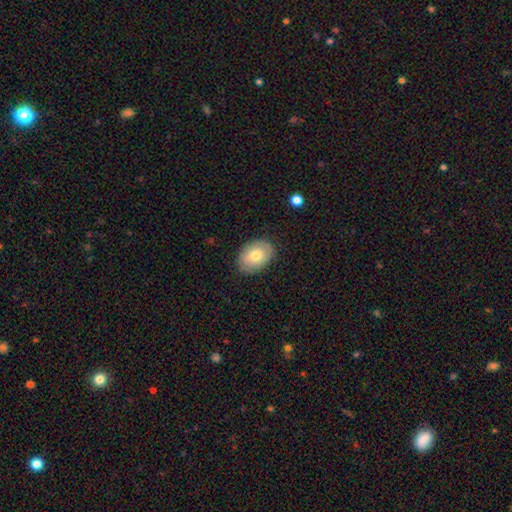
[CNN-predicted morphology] Smooth or featured? smooth (71%)
How rounded? in between (77%)
Merging? none (83%)